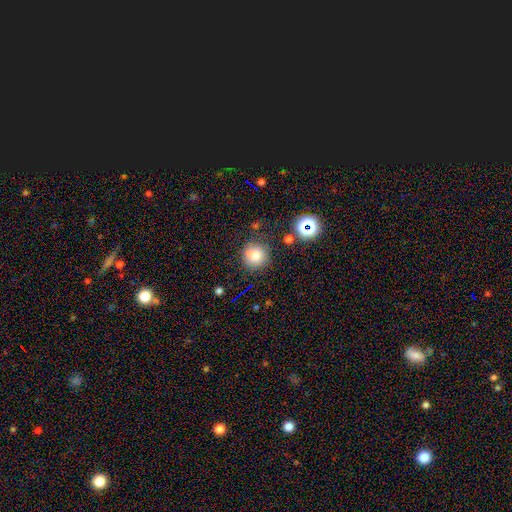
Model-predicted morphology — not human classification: Overall: smooth (70%). How rounded: round (90%). Merging: none (60%; merger 22%).